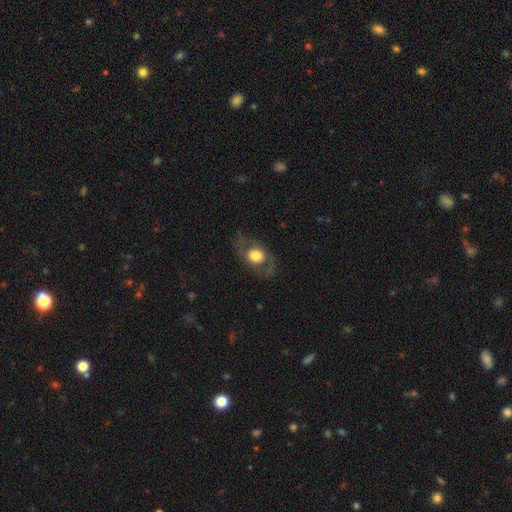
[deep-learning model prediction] Smooth or featured? smooth (52%)
How rounded? in between (54%)
Merging? none (76%)